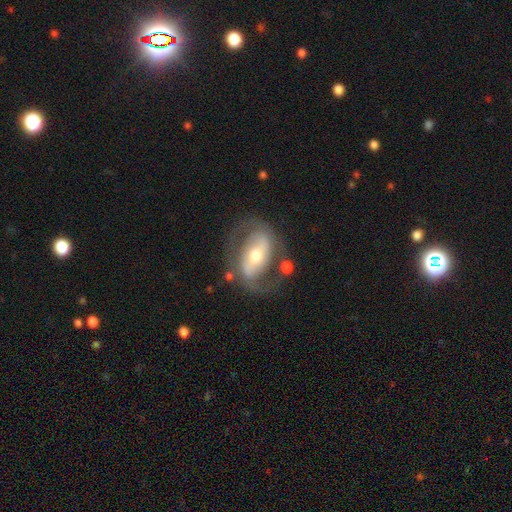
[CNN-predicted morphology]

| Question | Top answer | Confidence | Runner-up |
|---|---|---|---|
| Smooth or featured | featured or disk | 78% | smooth (16%) |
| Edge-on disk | no | 95% | yes (5%) |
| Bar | strong | 46% | weak (30%) |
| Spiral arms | yes | 77% | no (23%) |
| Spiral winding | medium | 48% | loose (26%) |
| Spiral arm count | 2 | 85% | can't tell (9%) |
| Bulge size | moderate | 65% | small (25%) |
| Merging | none | 68% | minor disturbance (15%) |